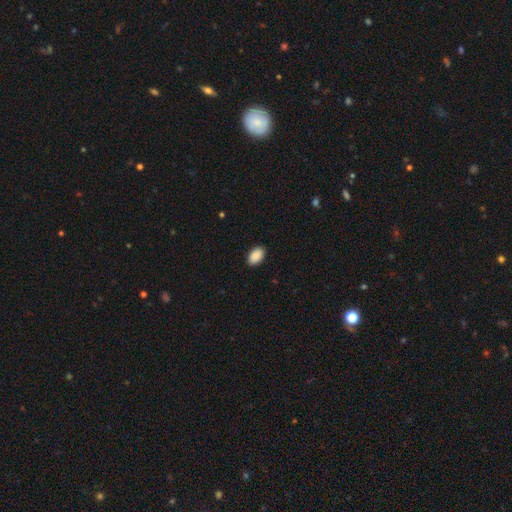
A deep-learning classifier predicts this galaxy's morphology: Smooth or featured: smooth — 91% (star or artifact — 7%)
How rounded: in between — 92% (round — 7%)
Merging: none — 89% (minor disturbance — 8%)